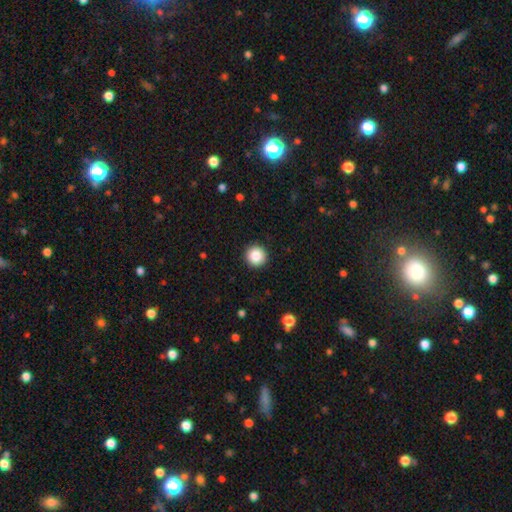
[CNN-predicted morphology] Q: Smooth or featured?
A: smooth (87%); runner-up: star or artifact (9%)
Q: How rounded?
A: round (96%); runner-up: in between (3%)
Q: Merging?
A: none (93%); runner-up: minor disturbance (4%)